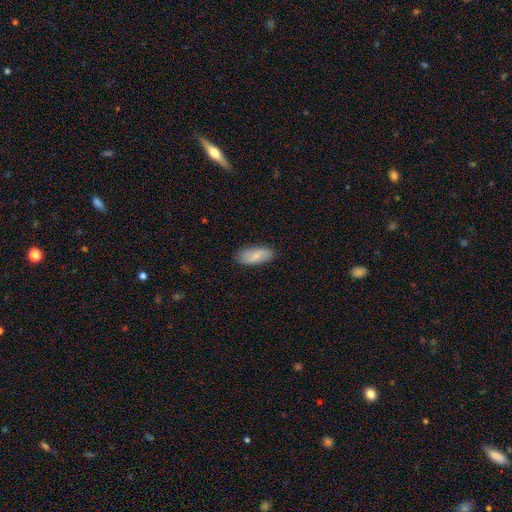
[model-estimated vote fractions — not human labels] Smooth or featured? smooth (82%)
How rounded? in between (86%)
Merging? none (84%)